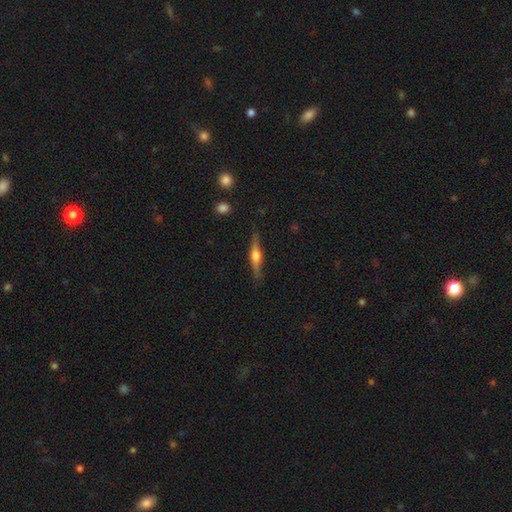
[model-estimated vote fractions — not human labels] Smooth or featured?
  - featured or disk: 65% *
  - smooth: 29%
  - star or artifact: 6%
Edge-on disk?
  - yes: 97% *
  - no: 3%
Edge-on bulge?
  - rounded: 91% *
  - boxy: 6%
  - none: 3%
Merging?
  - none: 85% *
  - minor disturbance: 12%
  - major disturbance: 2%
  - merger: 1%